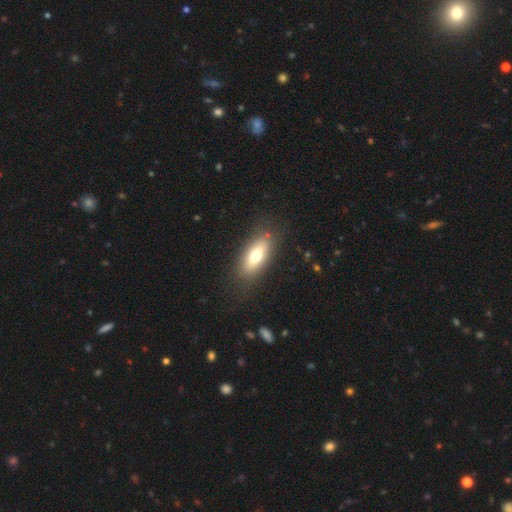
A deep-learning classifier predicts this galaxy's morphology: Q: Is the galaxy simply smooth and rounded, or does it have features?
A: smooth — 68%.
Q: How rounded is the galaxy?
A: in between — 79%.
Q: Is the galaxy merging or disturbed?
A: none — 83%.